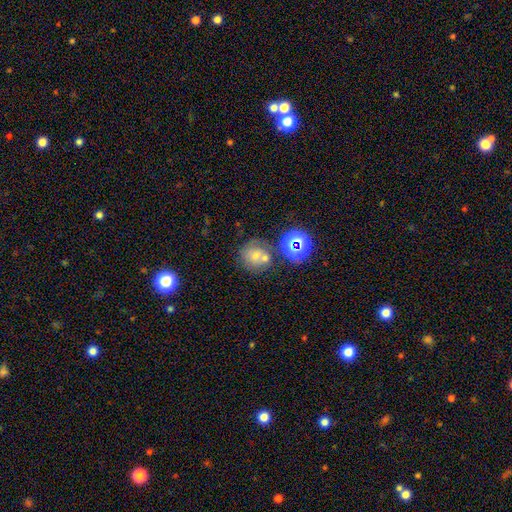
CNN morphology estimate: smooth 52%, star or artifact 25%, featured or disk 23%. Down the decision tree: how rounded — round (85%); merging — none (55%).